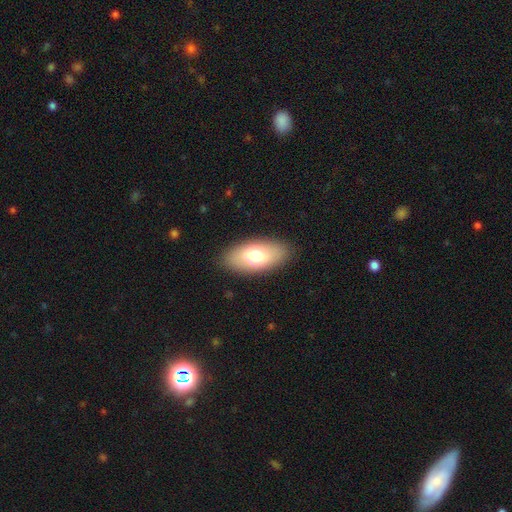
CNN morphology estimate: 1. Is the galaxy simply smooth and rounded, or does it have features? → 72% smooth, 21% featured or disk, 7% star or artifact.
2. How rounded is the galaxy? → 91% in between, 5% cigar-shaped, 3% round.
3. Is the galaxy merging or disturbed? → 87% none, 9% minor disturbance, 3% major disturbance, 1% merger.